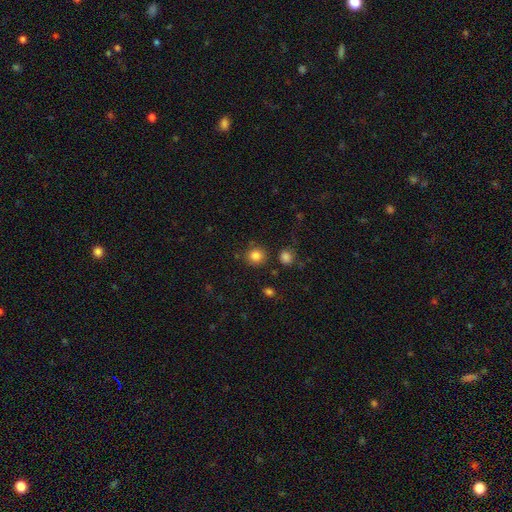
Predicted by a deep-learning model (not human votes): A smooth galaxy with no disk features (83%) that is round (89%). Merging: none (84%).